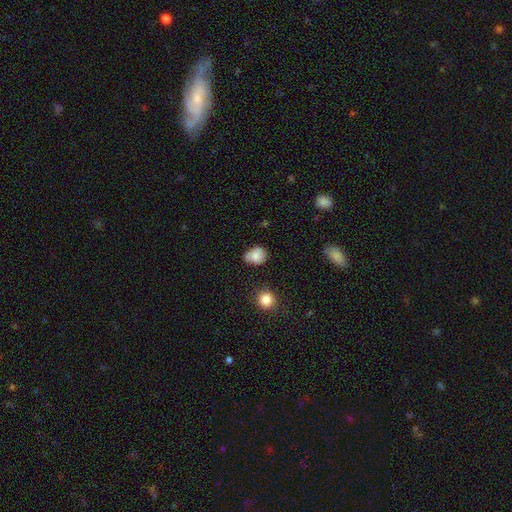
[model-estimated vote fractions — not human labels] Overall: smooth (73%). How rounded: in between (50%; round 49%). Merging: none (52%; minor disturbance 34%).